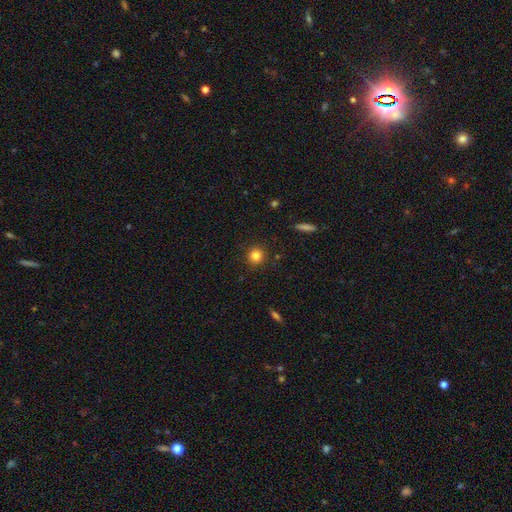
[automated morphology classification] Overall: smooth (82%). How rounded: round (93%). Merging: none (90%).